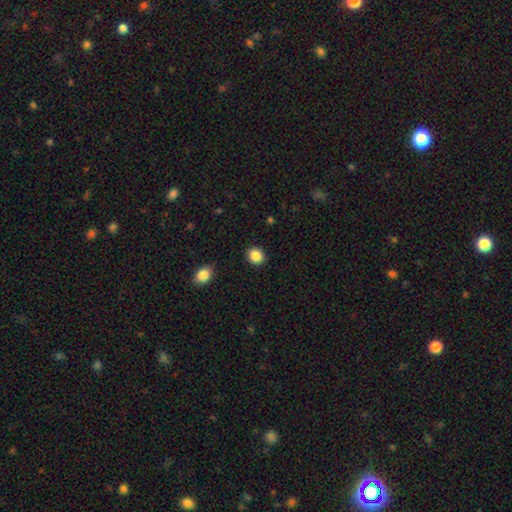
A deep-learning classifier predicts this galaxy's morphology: Smooth or featured?
  - smooth: 87% *
  - star or artifact: 9%
  - featured or disk: 3%
How rounded?
  - round: 79% *
  - in between: 20%
  - cigar-shaped: 1%
Merging?
  - none: 90% *
  - minor disturbance: 7%
  - major disturbance: 2%
  - merger: 1%